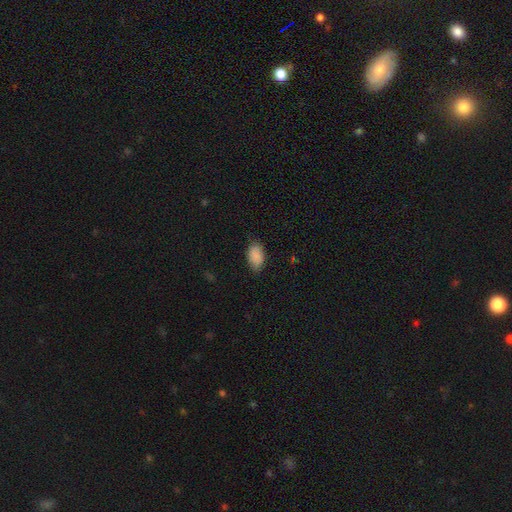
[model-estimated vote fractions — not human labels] smooth_or_featured: smooth (p=0.89) [alt: star or artifact p=0.07]
how_rounded: in between (p=0.93) [alt: round p=0.06]
merging: none (p=0.78) [alt: minor disturbance p=0.17]